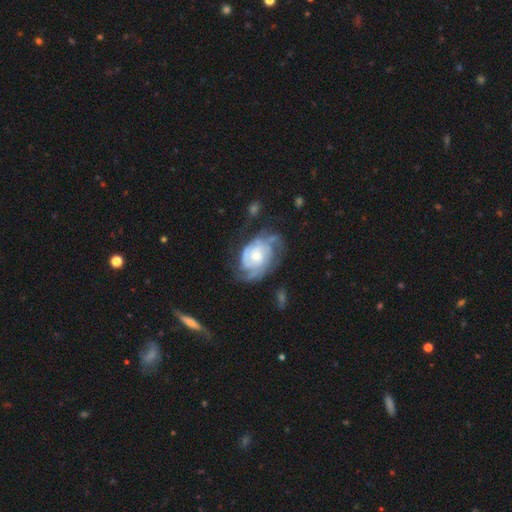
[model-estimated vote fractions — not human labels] smooth_or_featured: featured or disk (p=0.85) [alt: smooth p=0.10]
disk_edge_on: no (p=0.97) [alt: yes p=0.03]
bar: no (p=0.72) [alt: weak p=0.24]
has_spiral_arms: yes (p=0.95) [alt: no p=0.05]
spiral_winding: tight (p=0.63) [alt: medium p=0.29]
spiral_arm_count: 2 (p=0.34) [alt: can't tell p=0.28]
bulge_size: moderate (p=0.56) [alt: small p=0.37]
merging: none (p=0.56) [alt: minor disturbance p=0.24]